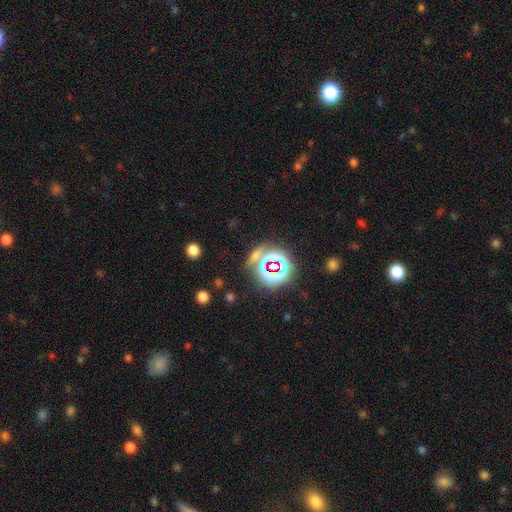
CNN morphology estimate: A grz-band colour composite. It shows a star or artifact, not a galaxy (56%).